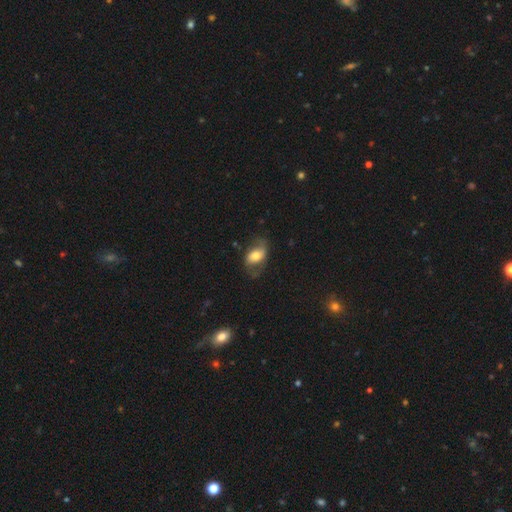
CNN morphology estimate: Smooth or featured? Predicted: smooth (p=0.52). How rounded? Predicted: in between (p=0.85). Merging? Predicted: none (p=0.58).